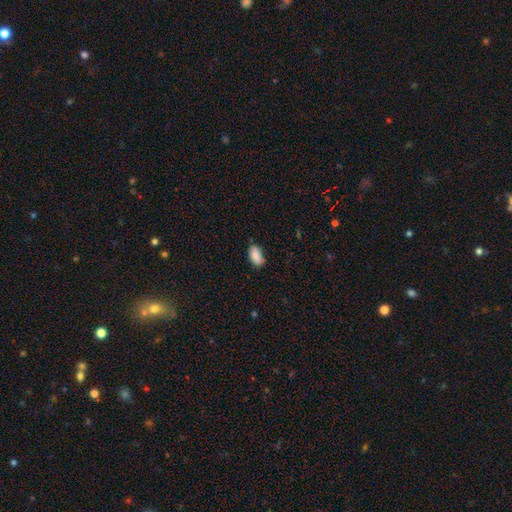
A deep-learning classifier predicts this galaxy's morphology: type=smooth (87%); roundness=in between (92%); merging=none (78%).